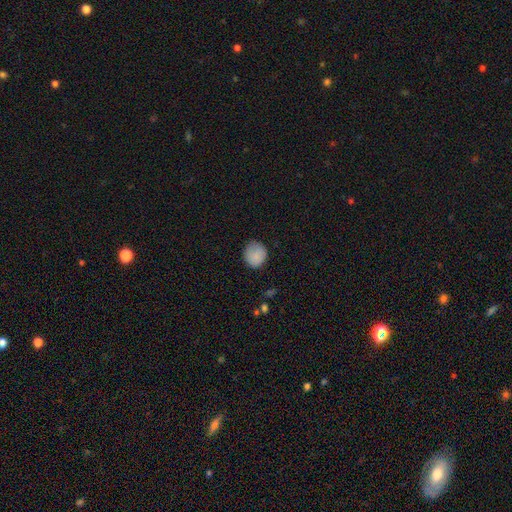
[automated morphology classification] Smooth or featured? Predicted: smooth (p=0.86). How rounded? Predicted: round (p=0.85). Merging? Predicted: none (p=0.79).